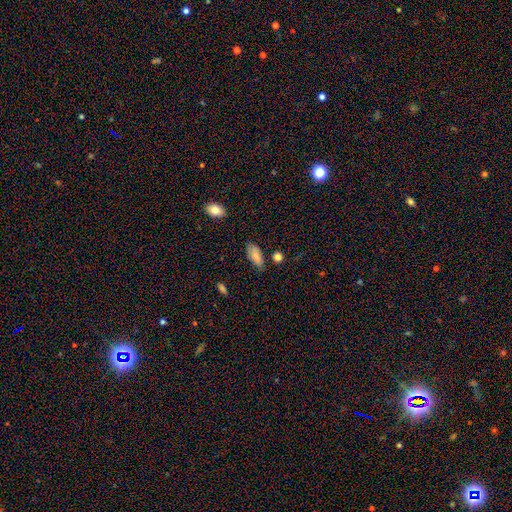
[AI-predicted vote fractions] Morphology: type=smooth (81%); roundness=in between (88%); merging=none (75%).